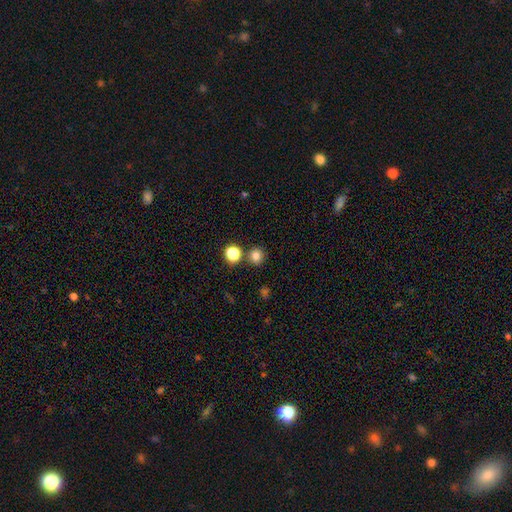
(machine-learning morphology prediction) A smooth galaxy with no disk features (79%) that is round (90%). Merging: none (81%).